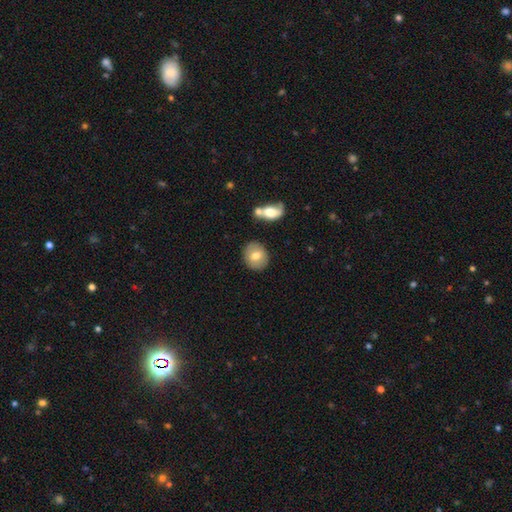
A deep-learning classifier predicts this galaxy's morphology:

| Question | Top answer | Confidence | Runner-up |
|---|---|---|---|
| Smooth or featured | smooth | 71% | featured or disk (21%) |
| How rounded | round | 66% | in between (33%) |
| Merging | none | 83% | minor disturbance (9%) |